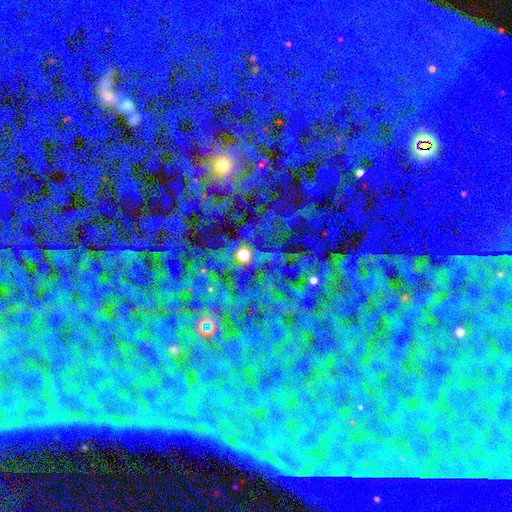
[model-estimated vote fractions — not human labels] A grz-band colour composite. It shows a star or artifact, not a galaxy (79%).